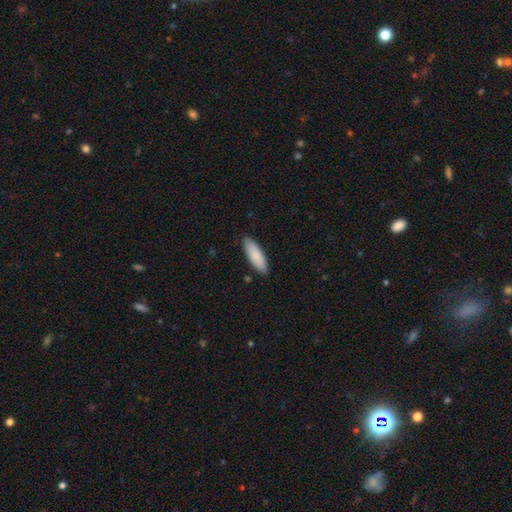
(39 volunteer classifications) Q: Smooth or featured?
A: smooth (85%); runner-up: featured or disk (10%)
Q: How rounded?
A: in between (67%); runner-up: cigar-shaped (33%)
Q: Merging?
A: none (95%); runner-up: minor disturbance (5%)